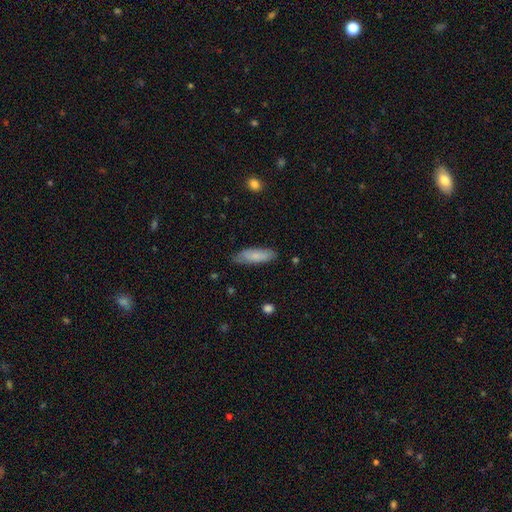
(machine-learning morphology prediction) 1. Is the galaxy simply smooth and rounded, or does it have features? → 80% smooth, 14% featured or disk, 6% star or artifact.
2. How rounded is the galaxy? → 57% in between, 41% cigar-shaped, 2% round.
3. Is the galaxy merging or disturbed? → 76% none, 19% minor disturbance, 3% major disturbance, 1% merger.